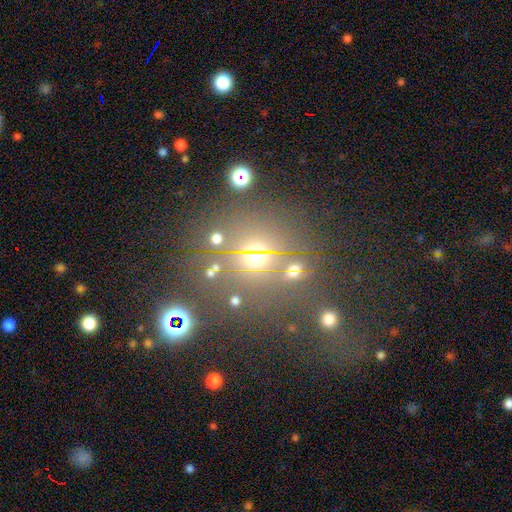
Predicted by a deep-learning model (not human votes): Smooth or featured? Predicted: star or artifact (p=0.54).